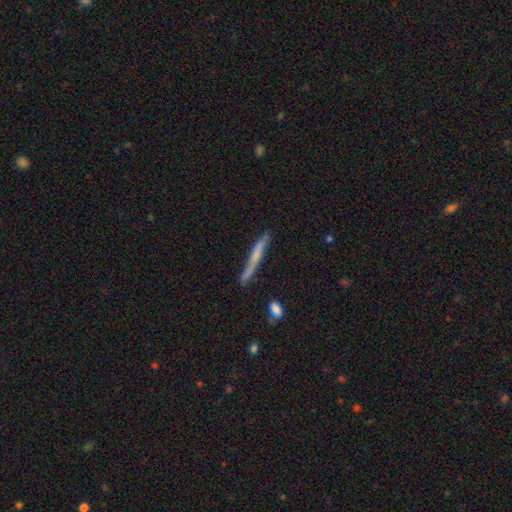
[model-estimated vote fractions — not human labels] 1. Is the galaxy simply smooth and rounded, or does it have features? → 47% featured or disk, 46% smooth, 7% star or artifact.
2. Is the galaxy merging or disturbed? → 78% none, 16% minor disturbance, 3% major disturbance, 3% merger.